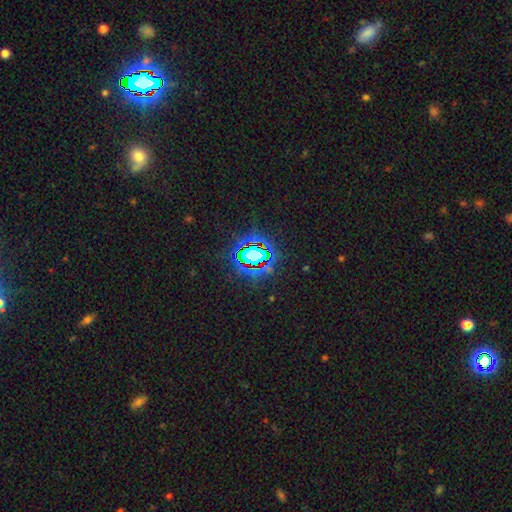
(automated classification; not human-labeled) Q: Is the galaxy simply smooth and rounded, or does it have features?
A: star or artifact — 77%.